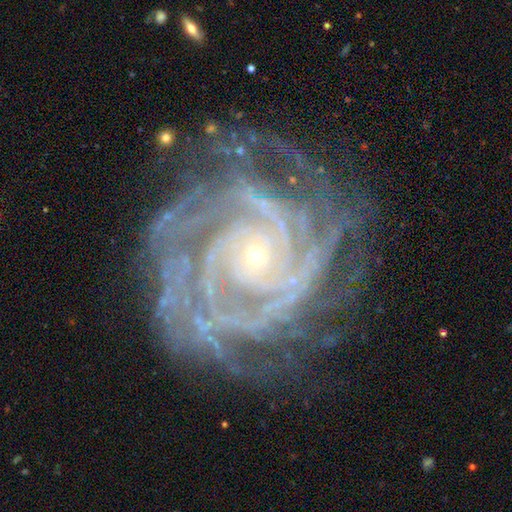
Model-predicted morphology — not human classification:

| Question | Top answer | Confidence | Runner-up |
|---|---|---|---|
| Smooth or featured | featured or disk | 91% | star or artifact (5%) |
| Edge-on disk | no | 98% | yes (2%) |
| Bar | no | 75% | weak (15%) |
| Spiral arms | yes | 98% | no (2%) |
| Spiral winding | tight | 80% | medium (17%) |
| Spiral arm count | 4 | 22% | more than 4 (20%) |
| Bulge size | small | 85% | moderate (11%) |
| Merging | none | 75% | minor disturbance (17%) |